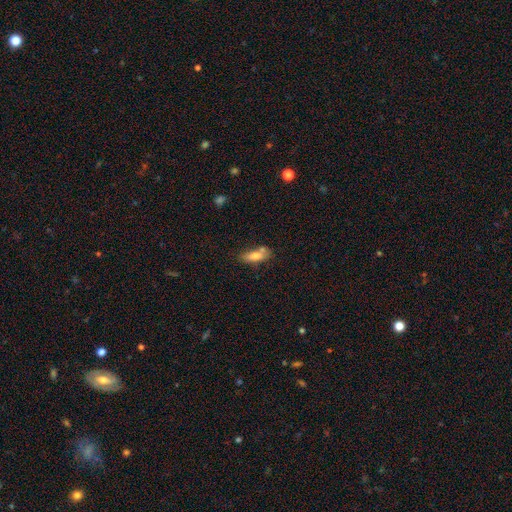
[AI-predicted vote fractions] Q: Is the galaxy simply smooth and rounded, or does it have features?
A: smooth — 73%.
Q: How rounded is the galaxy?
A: in between — 64%.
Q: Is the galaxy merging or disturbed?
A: none — 53%.